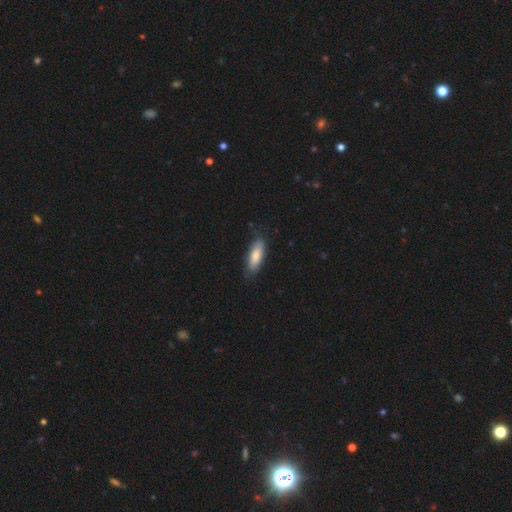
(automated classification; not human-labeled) Smooth or featured? smooth (80%)
How rounded? in between (66%)
Merging? none (79%)